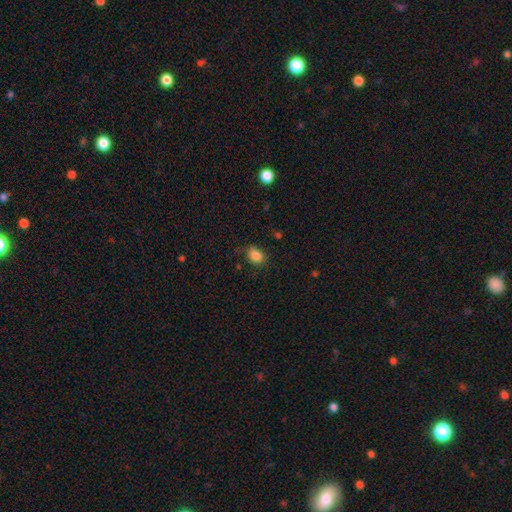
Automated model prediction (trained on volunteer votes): A smooth galaxy with no disk features (84%) that is in between round and cigar-shaped (53%). Merging: none (71%).